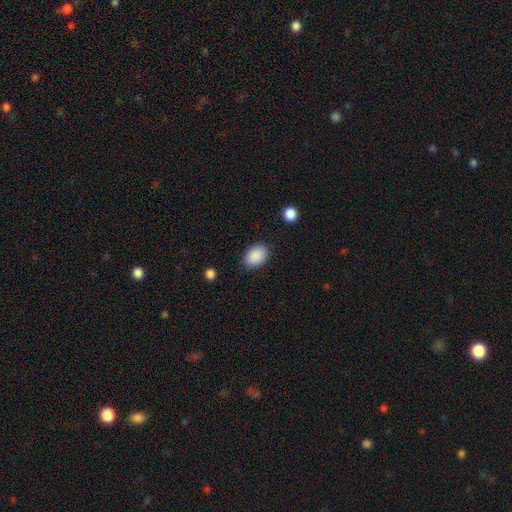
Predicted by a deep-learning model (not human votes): A smooth galaxy with no disk features (90%) that is in between round and cigar-shaped (85%).

Vote fractions:
- Smooth or featured? smooth: 90% / star or artifact: 7% / featured or disk: 3%
- How rounded? in between: 85% / round: 13% / cigar-shaped: 1%
- Merging? none: 83% / minor disturbance: 13% / major disturbance: 3% / merger: 1%